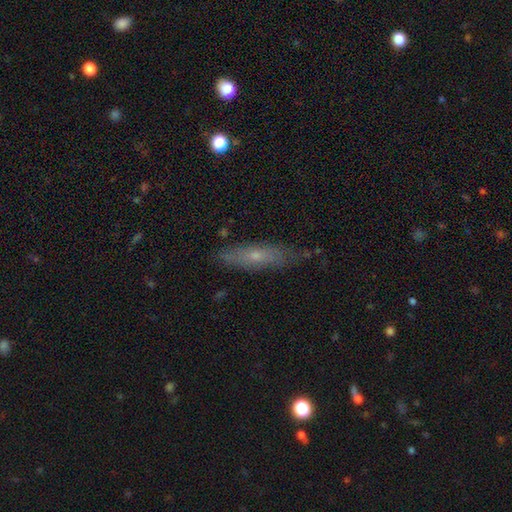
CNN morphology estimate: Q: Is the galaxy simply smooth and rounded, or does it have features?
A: smooth — 47%.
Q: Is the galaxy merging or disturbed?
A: none — 71%.